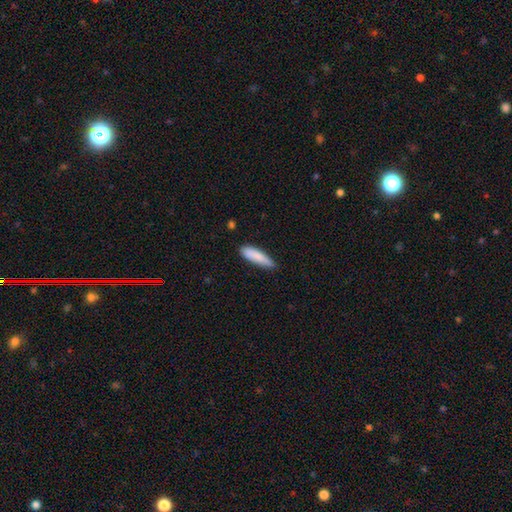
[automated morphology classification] This is clearly a smooth galaxy (85%). How rounded: likely cigar-shaped (70%). Merging: likely none (72%).